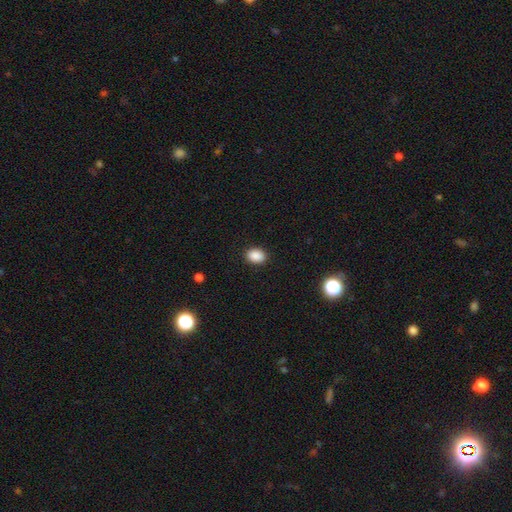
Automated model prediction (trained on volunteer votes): A smooth galaxy with no disk features (88%) that is in between round and cigar-shaped (67%).

Vote fractions:
- Smooth or featured? smooth: 88% / star or artifact: 9% / featured or disk: 3%
- How rounded? in between: 67% / round: 32% / cigar-shaped: 1%
- Merging? none: 90% / minor disturbance: 7% / major disturbance: 2% / merger: 1%